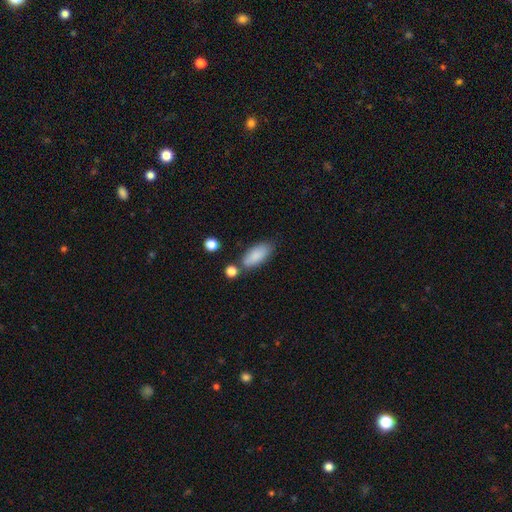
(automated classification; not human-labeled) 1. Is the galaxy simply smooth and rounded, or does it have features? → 85% smooth, 8% featured or disk, 7% star or artifact.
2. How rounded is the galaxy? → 83% in between, 15% cigar-shaped, 2% round.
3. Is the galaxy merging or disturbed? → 70% none, 16% minor disturbance, 9% merger, 4% major disturbance.